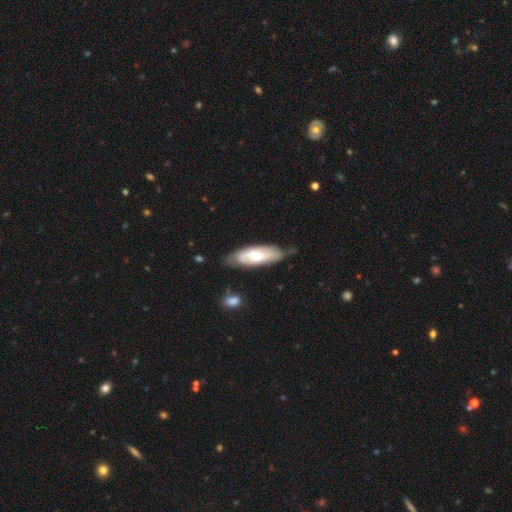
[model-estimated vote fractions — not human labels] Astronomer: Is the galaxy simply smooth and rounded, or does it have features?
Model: featured or disk — 57% (runner-up: smooth, 38%).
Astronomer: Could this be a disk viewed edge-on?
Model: no — 81%.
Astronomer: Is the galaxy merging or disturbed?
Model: none — 64%.